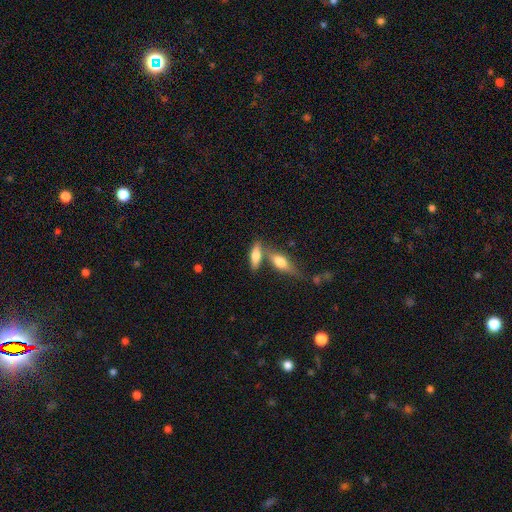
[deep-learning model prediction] Smooth or featured: smooth — 67% (featured or disk — 26%)
How rounded: in between — 57% (cigar-shaped — 39%)
Merging: none — 50% (merger — 35%)